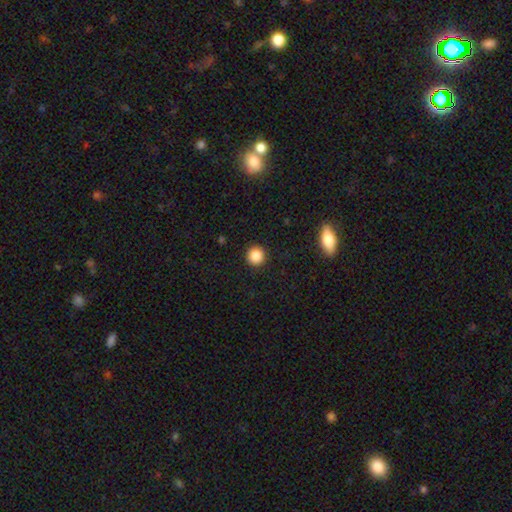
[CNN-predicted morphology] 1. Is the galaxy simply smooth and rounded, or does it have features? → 87% smooth, 10% star or artifact, 4% featured or disk.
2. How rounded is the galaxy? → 94% round, 5% in between, 1% cigar-shaped.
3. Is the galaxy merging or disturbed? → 92% none, 5% minor disturbance, 2% major disturbance, 1% merger.